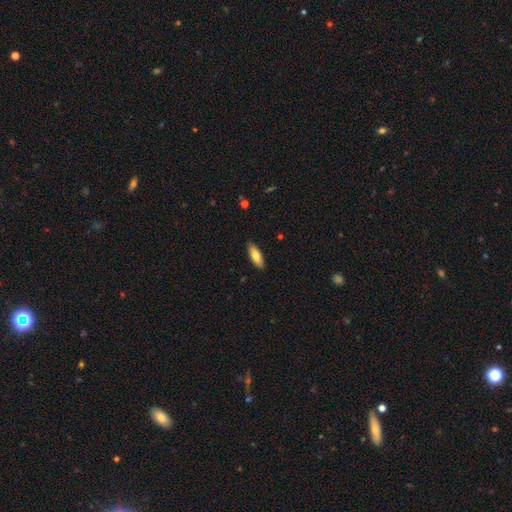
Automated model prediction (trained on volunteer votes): smooth-or-featured: smooth: 75% | featured or disk: 19% | star or artifact: 6%
  how-rounded: in between: 63% | cigar-shaped: 35% | round: 2%
  merging: none: 87% | minor disturbance: 10% | major disturbance: 2% | merger: 1%